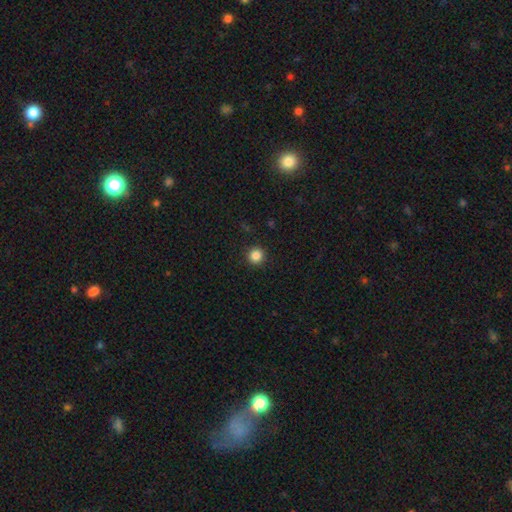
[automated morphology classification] This appears to be a smooth galaxy with no disk features (85%) that is round (95%). Merging: none (92%).